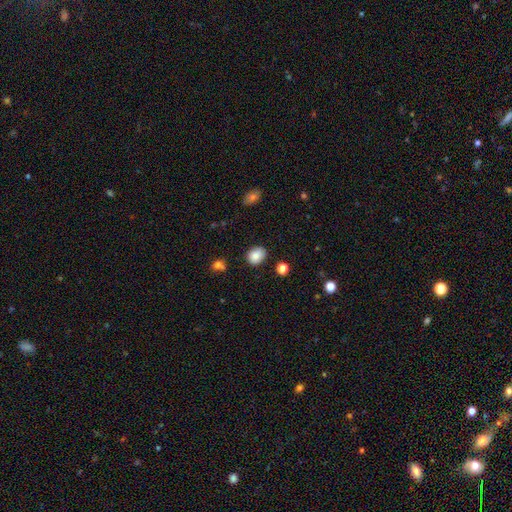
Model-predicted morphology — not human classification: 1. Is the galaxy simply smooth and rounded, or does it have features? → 84% smooth, 9% star or artifact, 7% featured or disk.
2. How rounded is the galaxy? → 50% round, 49% in between, 1% cigar-shaped.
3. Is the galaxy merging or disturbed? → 84% none, 11% minor disturbance, 3% major disturbance, 2% merger.